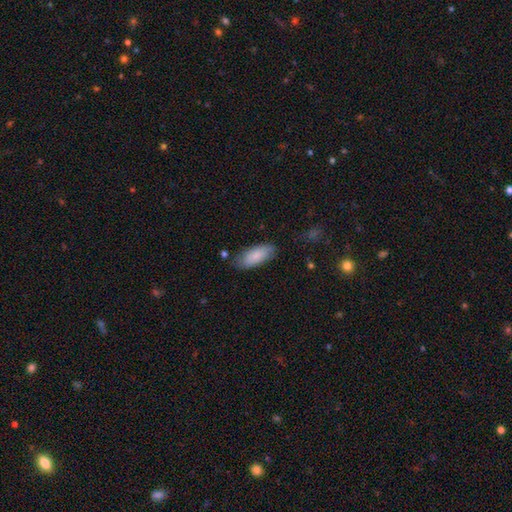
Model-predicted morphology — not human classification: A smooth galaxy with no disk features (82%) that is in between round and cigar-shaped (86%).

Vote fractions:
- Smooth or featured? smooth: 82% / featured or disk: 12% / star or artifact: 6%
- How rounded? in between: 86% / cigar-shaped: 13% / round: 2%
- Merging? none: 76% / minor disturbance: 18% / major disturbance: 4% / merger: 2%